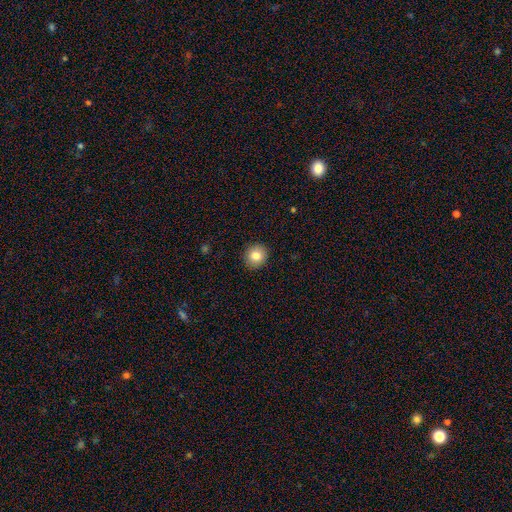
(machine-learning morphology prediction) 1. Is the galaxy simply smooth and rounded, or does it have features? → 82% smooth, 9% star or artifact, 9% featured or disk.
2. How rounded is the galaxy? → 89% round, 10% in between, 1% cigar-shaped.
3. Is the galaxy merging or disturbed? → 92% none, 5% minor disturbance, 2% major disturbance, 1% merger.